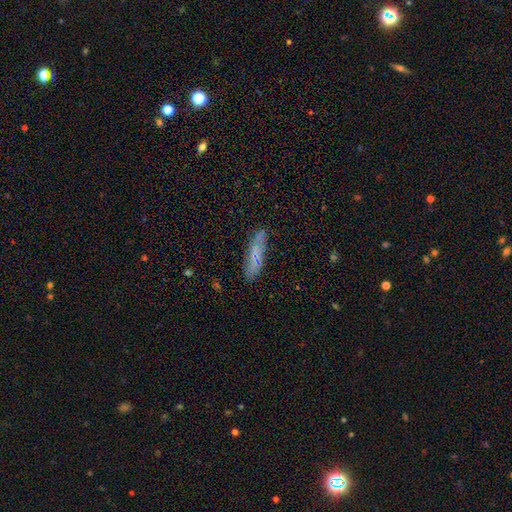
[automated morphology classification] Smooth or featured? smooth (49%)
Merging? none (72%)